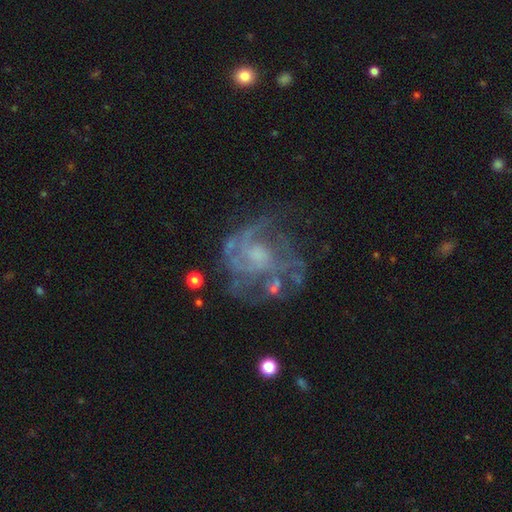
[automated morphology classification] featured or disk 78%, smooth 12%, star or artifact 10%. Down the decision tree: edge-on disk — no (98%); bar — no (73%); spiral arms — yes (74%); spiral arm count — can't tell (44%); spiral winding — tight (41%); bulge size — moderate (38%); merging — none (54%).